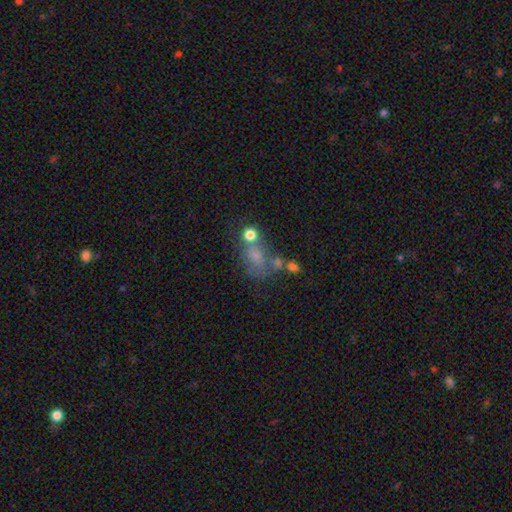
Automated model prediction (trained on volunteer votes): The model was most divided on "merging": none: 33%, merger: 29%, major disturbance: 20%, minor disturbance: 17%. More confident: how rounded — in between (60%); smooth or featured — smooth (55%).